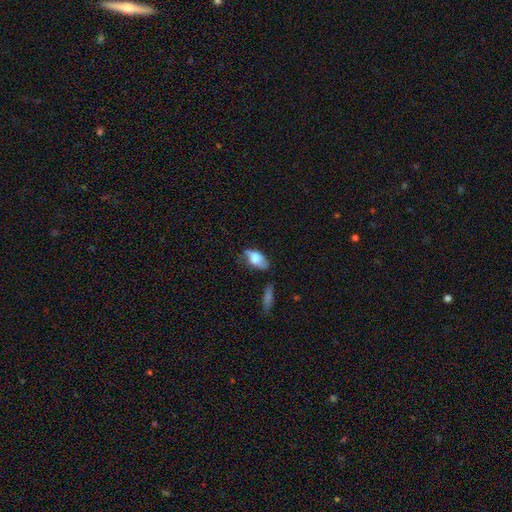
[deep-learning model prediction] Smooth or featured? Predicted: smooth (p=0.57). How rounded? Predicted: in between (p=0.86). Merging? Predicted: none (p=0.54).